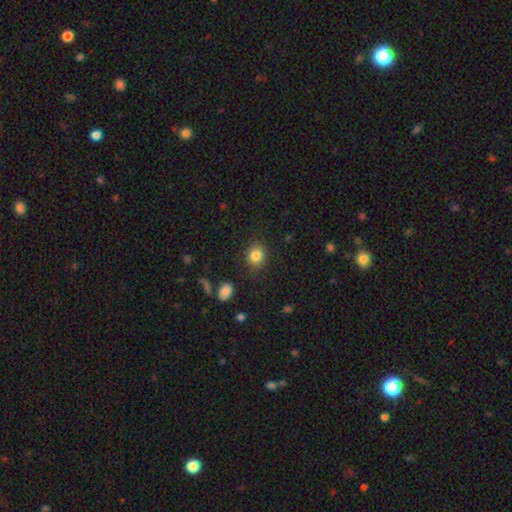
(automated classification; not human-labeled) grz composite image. It shows a smooth galaxy with no disk features (84%) that is round (68%). Merging: none (85%).